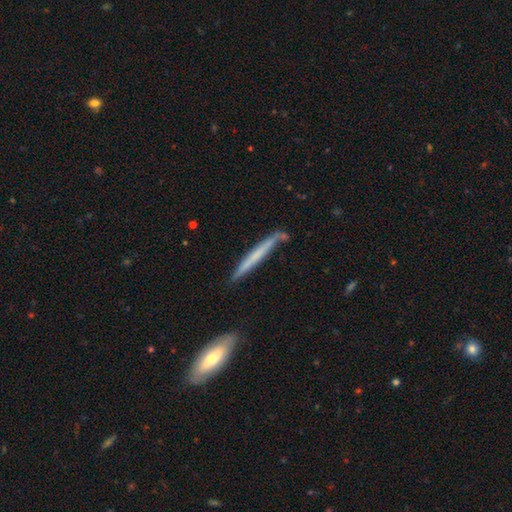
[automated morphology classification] Q: Smooth or featured?
A: smooth (50%); runner-up: featured or disk (44%)
Q: How rounded?
A: cigar-shaped (96%); runner-up: in between (2%)
Q: Merging?
A: none (74%); runner-up: minor disturbance (18%)